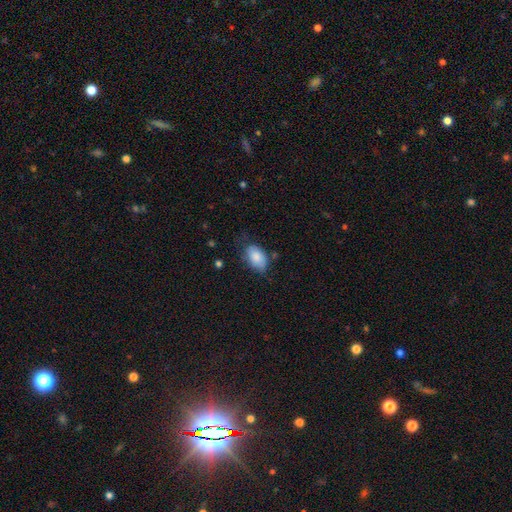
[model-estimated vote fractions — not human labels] The model was most divided on "merging": none: 58%, minor disturbance: 31%, major disturbance: 8%, merger: 2%. More confident: how rounded — in between (92%); smooth or featured — smooth (83%).